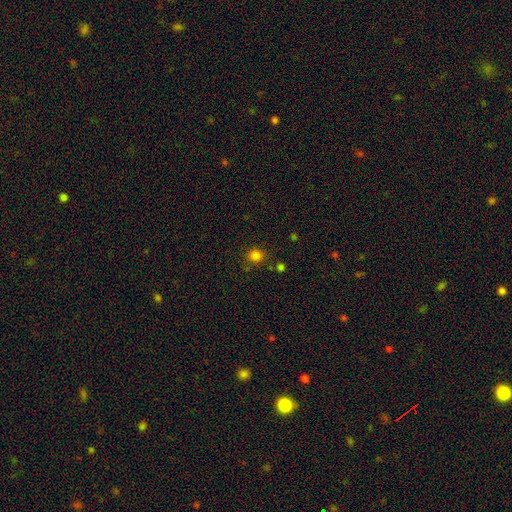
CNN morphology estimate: Overall: smooth (79%). How rounded: round (87%). Merging: none (82%).